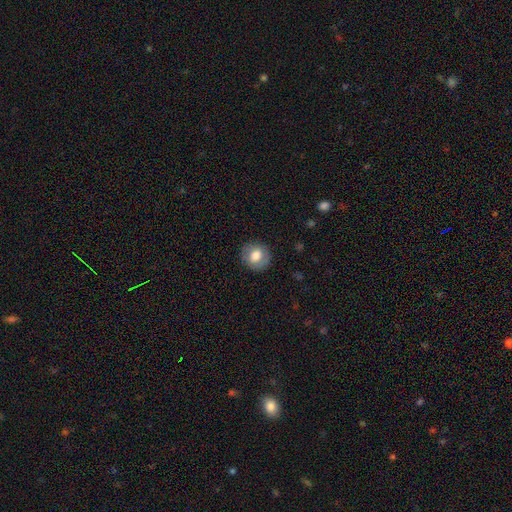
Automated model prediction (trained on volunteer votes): smooth_or_featured: smooth (p=0.74) [alt: featured or disk p=0.18]
how_rounded: round (p=0.85) [alt: in between p=0.14]
merging: none (p=0.87) [alt: minor disturbance p=0.09]